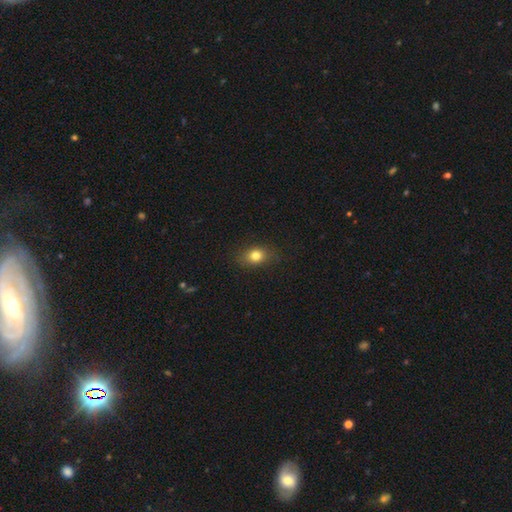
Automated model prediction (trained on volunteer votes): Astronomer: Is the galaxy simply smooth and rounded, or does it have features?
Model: smooth — 79%.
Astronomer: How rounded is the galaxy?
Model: in between — 55% (runner-up: round, 43%).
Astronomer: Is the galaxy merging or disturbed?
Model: none — 83%.